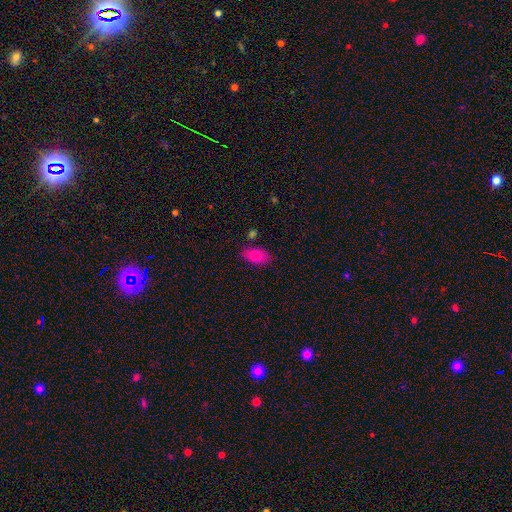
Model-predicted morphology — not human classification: Smooth or featured?
  - smooth: 83% *
  - featured or disk: 9%
  - star or artifact: 8%
How rounded?
  - in between: 93% *
  - round: 4%
  - cigar-shaped: 3%
Merging?
  - none: 79% *
  - minor disturbance: 14%
  - merger: 4%
  - major disturbance: 3%